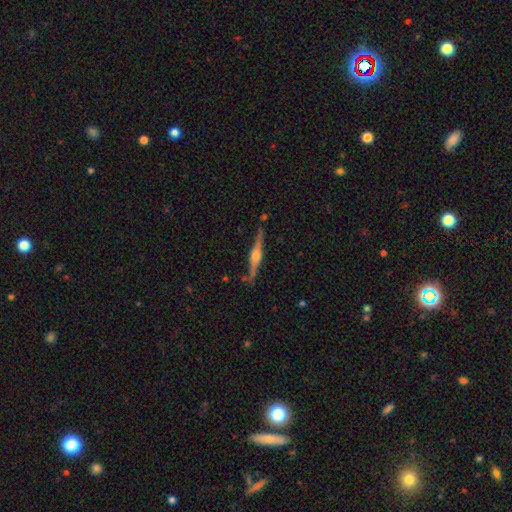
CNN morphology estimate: Smooth or featured? featured or disk (82%)
Edge-on disk? yes (98%)
Edge-on bulge? rounded (84%)
Merging? none (85%)